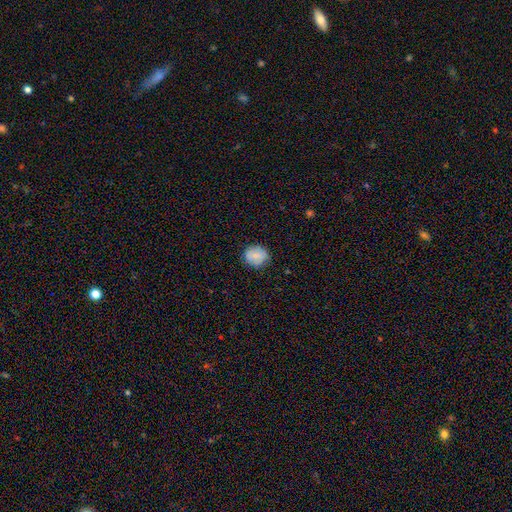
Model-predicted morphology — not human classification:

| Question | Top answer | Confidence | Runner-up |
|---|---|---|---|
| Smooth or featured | smooth | 76% | featured or disk (16%) |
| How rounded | round | 75% | in between (24%) |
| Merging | none | 81% | minor disturbance (15%) |